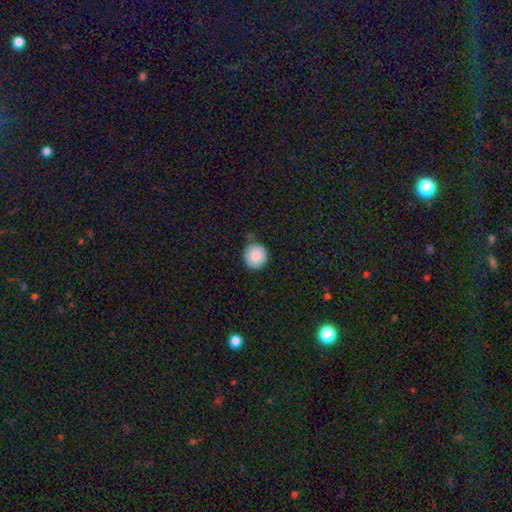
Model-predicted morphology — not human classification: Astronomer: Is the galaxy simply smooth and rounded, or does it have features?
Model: smooth — 85%.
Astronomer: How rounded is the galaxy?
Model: round — 94%.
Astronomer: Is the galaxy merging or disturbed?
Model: none — 83%.